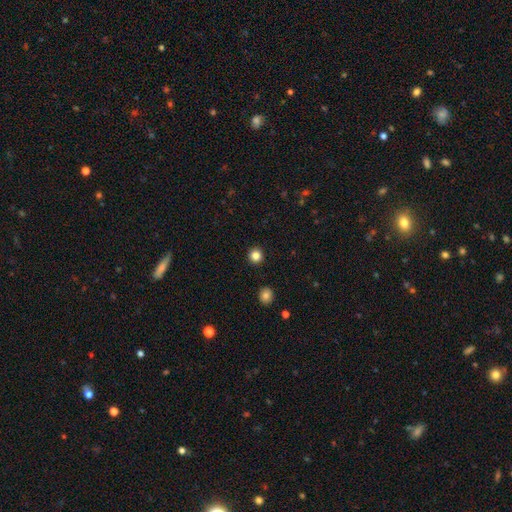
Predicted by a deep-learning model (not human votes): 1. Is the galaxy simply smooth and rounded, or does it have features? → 84% smooth, 12% star or artifact, 5% featured or disk.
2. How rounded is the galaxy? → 94% round, 5% in between, 1% cigar-shaped.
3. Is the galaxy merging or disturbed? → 93% none, 4% minor disturbance, 2% major disturbance, 1% merger.